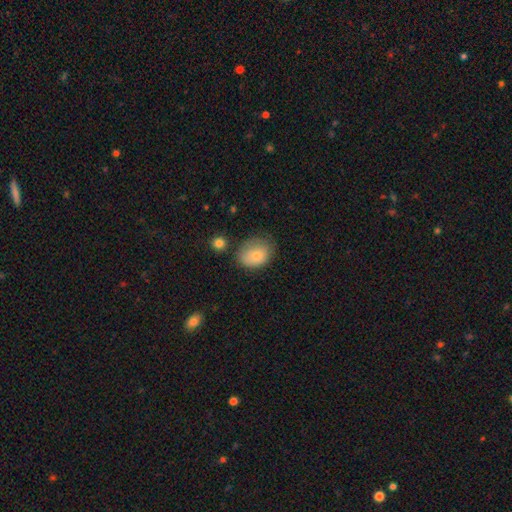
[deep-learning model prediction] smooth 80%, featured or disk 12%, star or artifact 8%. Down the decision tree: how rounded — in between (67%); merging — none (55%).